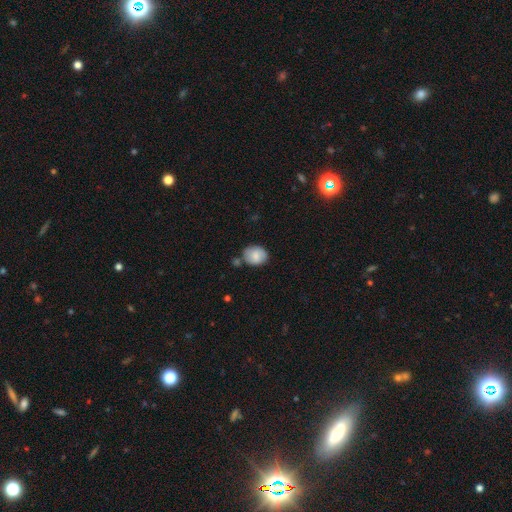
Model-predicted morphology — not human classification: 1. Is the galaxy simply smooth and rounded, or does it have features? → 80% smooth, 13% featured or disk, 8% star or artifact.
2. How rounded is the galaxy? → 52% in between, 47% round, 1% cigar-shaped.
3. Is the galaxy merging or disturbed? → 66% none, 18% minor disturbance, 11% merger, 4% major disturbance.